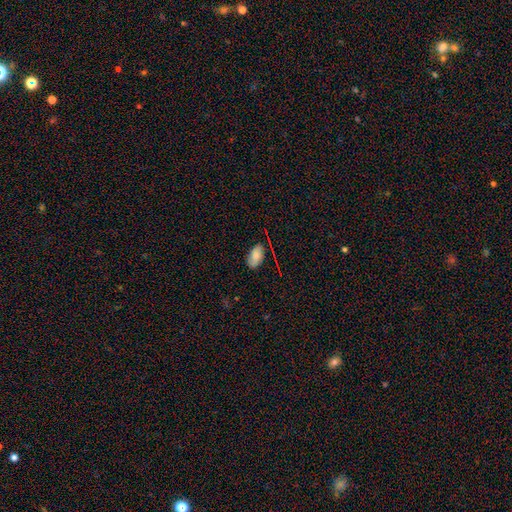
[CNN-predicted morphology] This is likely a smooth galaxy (71%). How rounded: clearly in between (93%). Merging: likely none (73%).